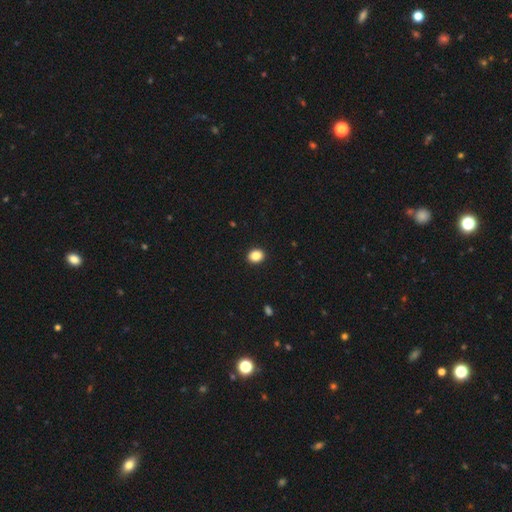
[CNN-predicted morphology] Q: Smooth or featured?
A: smooth (86%); runner-up: star or artifact (10%)
Q: How rounded?
A: round (57%); runner-up: in between (42%)
Q: Merging?
A: none (92%); runner-up: minor disturbance (5%)